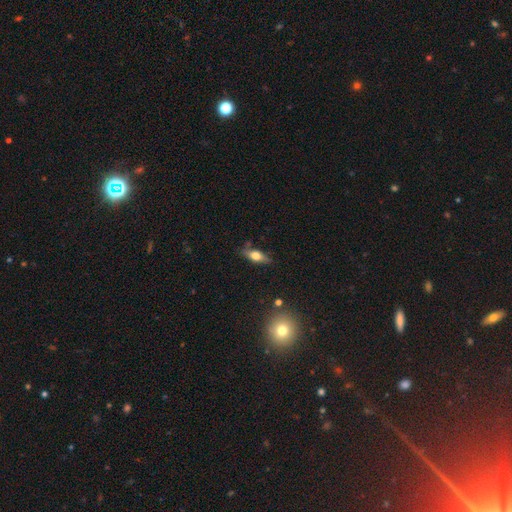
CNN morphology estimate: This is possibly a smooth galaxy (56%). How rounded: likely in between (65%). Merging: likely none (75%).